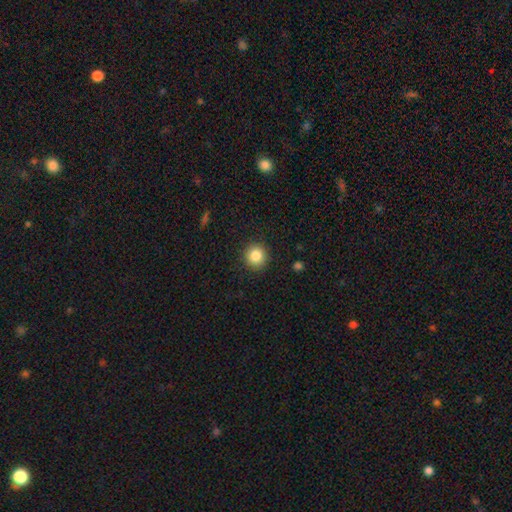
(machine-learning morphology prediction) This is clearly a smooth galaxy (86%). How rounded: clearly round (93%). Merging: clearly none (92%).